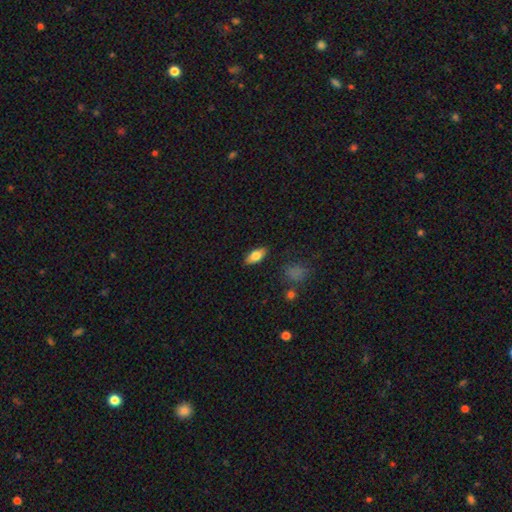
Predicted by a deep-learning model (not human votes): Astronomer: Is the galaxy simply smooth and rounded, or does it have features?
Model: smooth — 75%.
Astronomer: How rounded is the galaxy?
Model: in between — 85%.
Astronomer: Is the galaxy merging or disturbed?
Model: none — 87%.